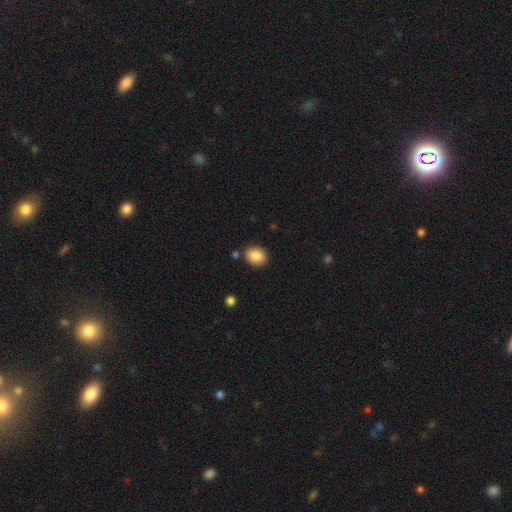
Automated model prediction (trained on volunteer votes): smooth-or-featured: smooth: 87% | star or artifact: 8% | featured or disk: 5%
  how-rounded: round: 51% | in between: 48% | cigar-shaped: 1%
  merging: none: 84% | minor disturbance: 10% | merger: 3% | major disturbance: 2%